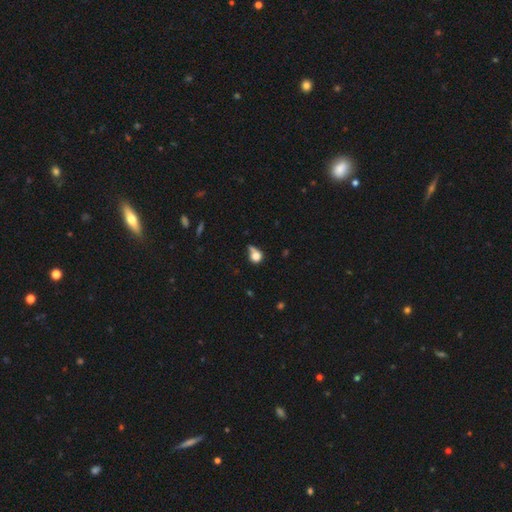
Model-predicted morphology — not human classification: A smooth galaxy with no disk features (76%) that is round (75%). Merging: none (39%).